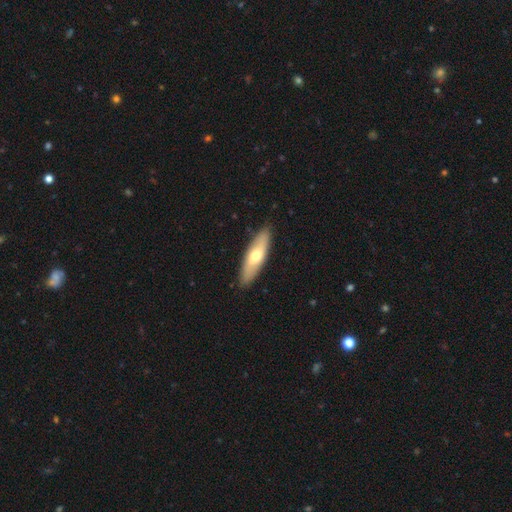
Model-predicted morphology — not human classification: A smooth galaxy with no disk features (58%) that is cigar-shaped (59%).

Vote fractions:
- Smooth or featured? smooth: 58% / featured or disk: 37% / star or artifact: 5%
- How rounded? cigar-shaped: 59% / in between: 39% / round: 2%
- Merging? none: 89% / minor disturbance: 8% / major disturbance: 2% / merger: 1%